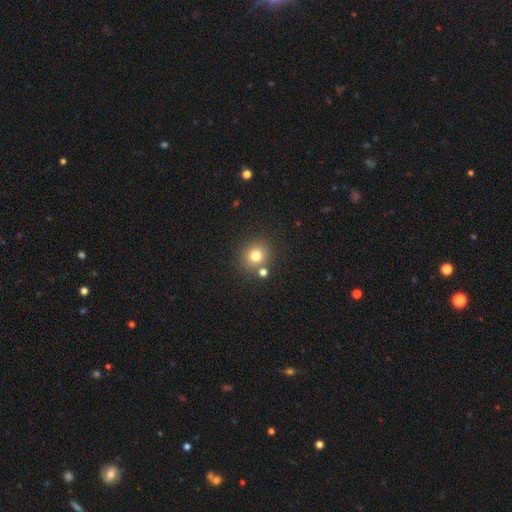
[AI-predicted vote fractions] Q: Smooth or featured?
A: smooth (78%); runner-up: star or artifact (14%)
Q: How rounded?
A: round (86%); runner-up: in between (13%)
Q: Merging?
A: none (77%); runner-up: merger (11%)